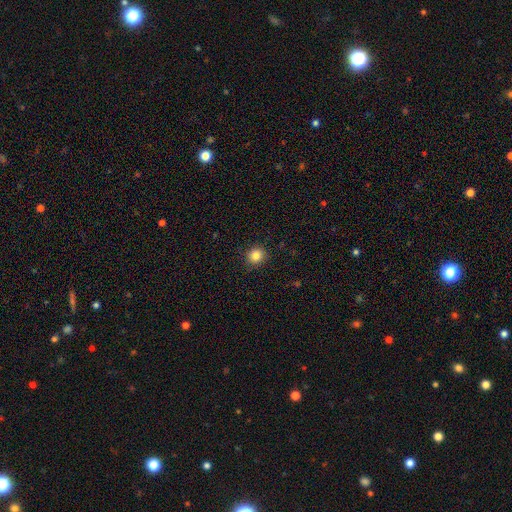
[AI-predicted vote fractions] A smooth galaxy with no disk features (84%) that is round (91%). Merging: none (91%).